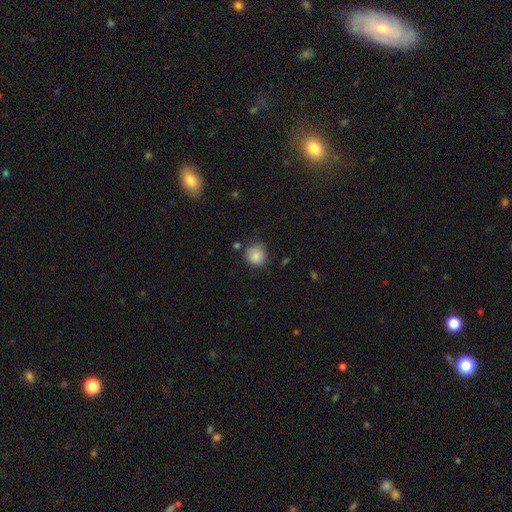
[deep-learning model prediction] Smooth or featured? Predicted: smooth (p=0.85). How rounded? Predicted: round (p=0.86). Merging? Predicted: none (p=0.70).